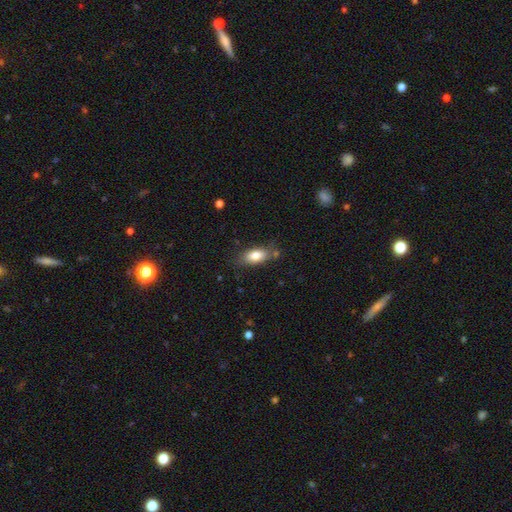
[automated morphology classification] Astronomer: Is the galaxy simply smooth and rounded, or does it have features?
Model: smooth — 81%.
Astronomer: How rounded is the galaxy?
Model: in between — 87%.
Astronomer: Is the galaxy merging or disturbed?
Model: none — 72%.